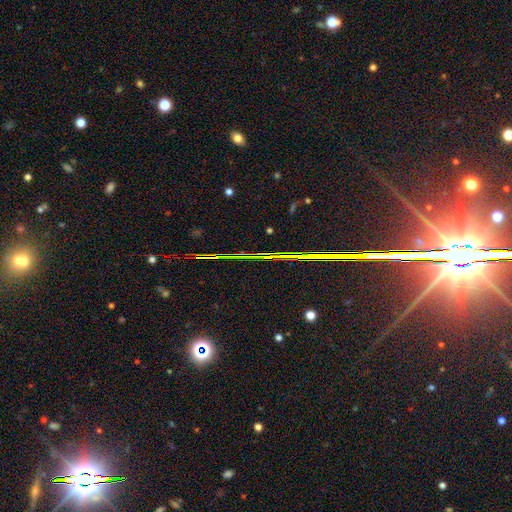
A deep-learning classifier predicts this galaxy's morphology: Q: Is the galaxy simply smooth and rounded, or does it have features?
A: star or artifact — 83%.